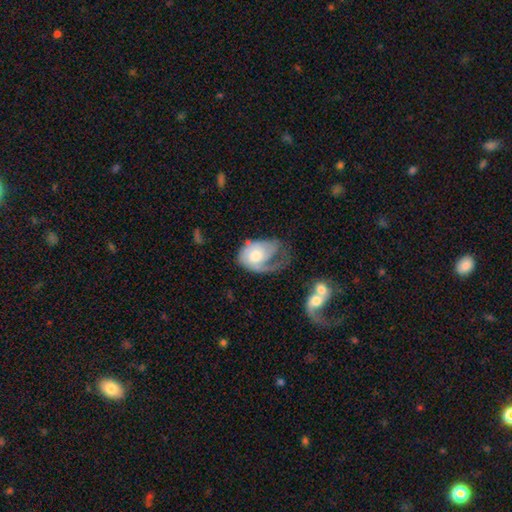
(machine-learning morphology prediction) type=featured or disk (61%); edge-on=no (97%); bar=no (76%); spiral arms=yes (78%); bulge=moderate (58%); merging=major disturbance (48%).